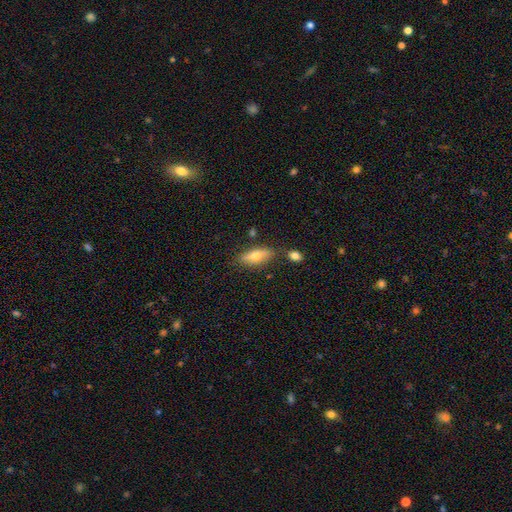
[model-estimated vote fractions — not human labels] smooth-or-featured: smooth: 67% | featured or disk: 26% | star or artifact: 7%
  how-rounded: in between: 64% | cigar-shaped: 34% | round: 3%
  merging: none: 77% | minor disturbance: 14% | merger: 7% | major disturbance: 3%